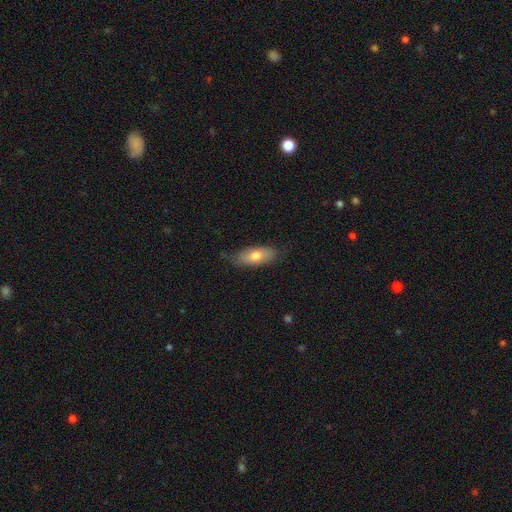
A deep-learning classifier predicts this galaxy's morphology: Q: Smooth or featured?
A: smooth (70%); runner-up: featured or disk (24%)
Q: How rounded?
A: in between (79%); runner-up: cigar-shaped (18%)
Q: Merging?
A: none (75%); runner-up: minor disturbance (20%)